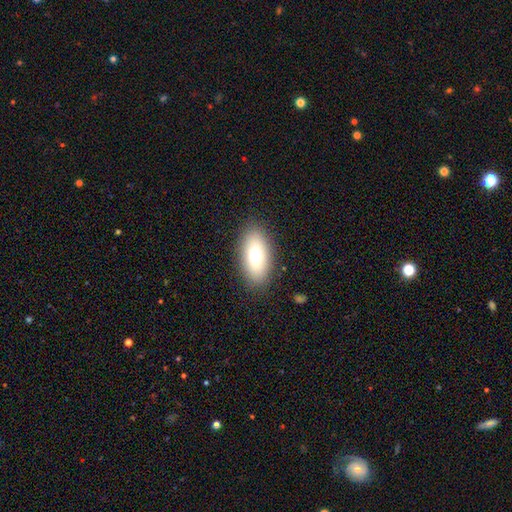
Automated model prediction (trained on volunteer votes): smooth 74%, featured or disk 17%, star or artifact 9%. Down the decision tree: how rounded — in between (89%); merging — none (86%).